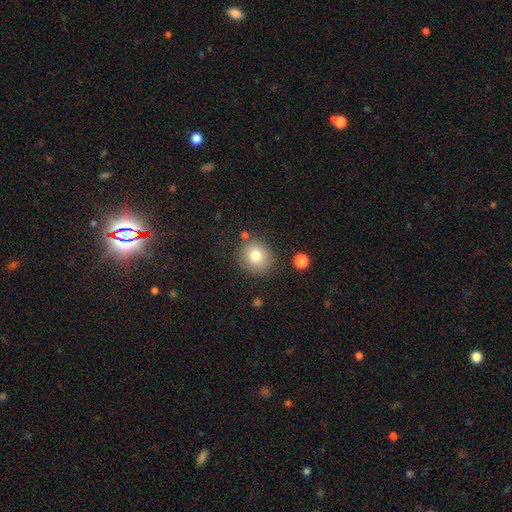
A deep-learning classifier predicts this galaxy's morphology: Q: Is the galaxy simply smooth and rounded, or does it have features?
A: smooth — 79%.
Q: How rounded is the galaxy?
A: round — 82%.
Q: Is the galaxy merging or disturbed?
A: none — 82%.